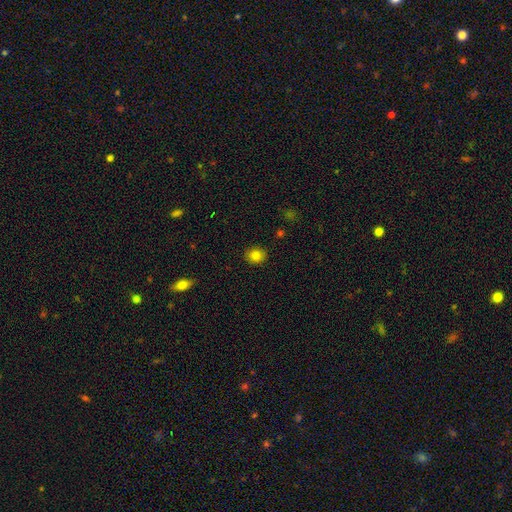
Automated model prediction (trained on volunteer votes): Morphology: type=smooth (82%); roundness=round (73%); merging=none (90%).